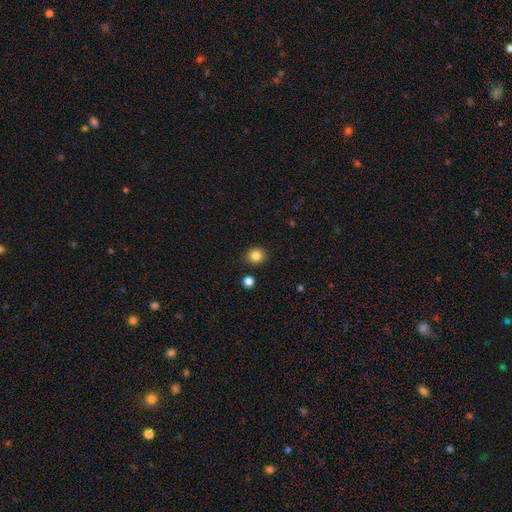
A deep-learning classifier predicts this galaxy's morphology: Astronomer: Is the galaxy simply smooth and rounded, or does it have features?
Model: smooth — 83%.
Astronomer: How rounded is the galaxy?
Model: round — 76%.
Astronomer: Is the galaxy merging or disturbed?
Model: none — 89%.